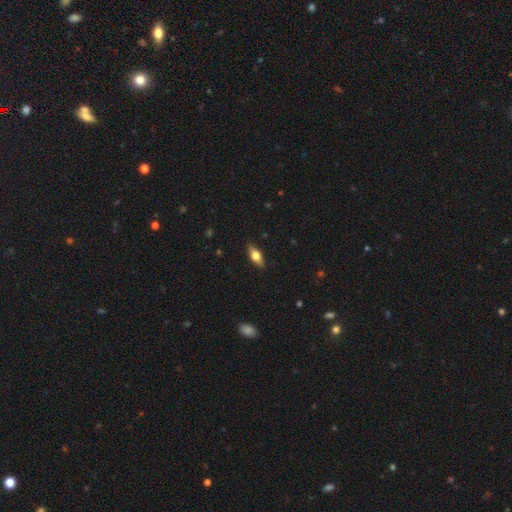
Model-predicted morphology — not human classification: Overall: smooth (55%; featured or disk 38%). How rounded: in between (71%). Merging: none (87%).